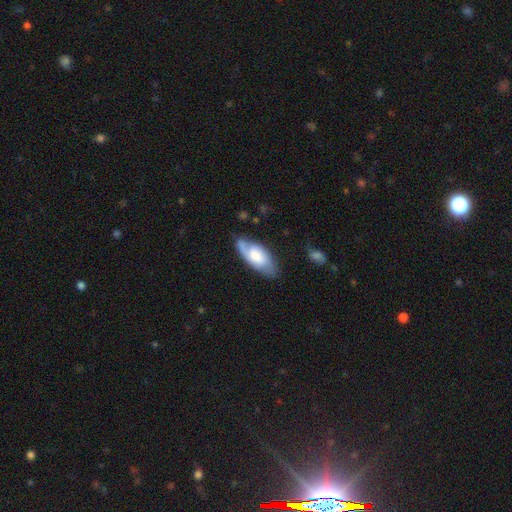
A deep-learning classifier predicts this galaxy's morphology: Smooth or featured? Predicted: featured or disk (p=0.49). Merging? Predicted: none (p=0.65).